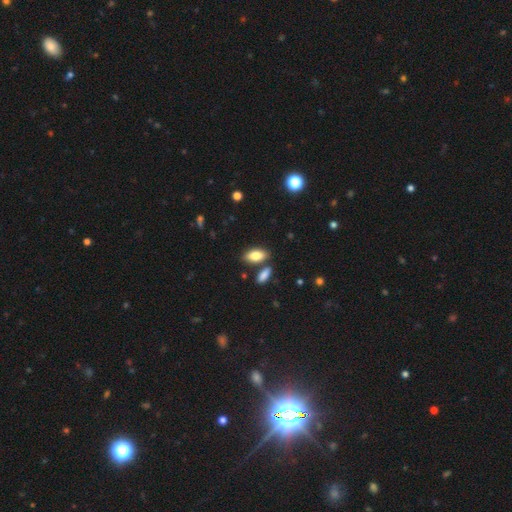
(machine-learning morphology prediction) Smooth or featured?
  - smooth: 83% *
  - featured or disk: 10%
  - star or artifact: 7%
How rounded?
  - in between: 88% *
  - cigar-shaped: 9%
  - round: 3%
Merging?
  - none: 74% *
  - merger: 13%
  - minor disturbance: 11%
  - major disturbance: 3%